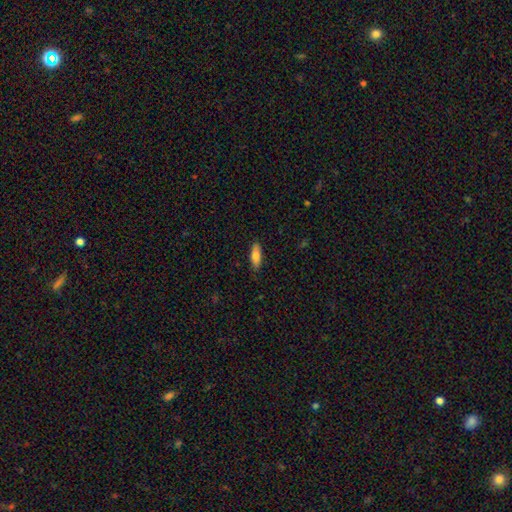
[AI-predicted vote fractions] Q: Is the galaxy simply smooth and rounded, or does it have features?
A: smooth — 79%.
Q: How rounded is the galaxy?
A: in between — 59%.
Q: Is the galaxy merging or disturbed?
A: none — 85%.